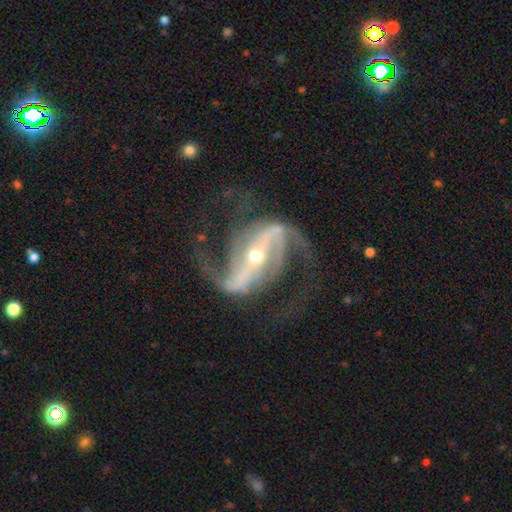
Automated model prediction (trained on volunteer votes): A featured or disk galaxy (93%) with a strong bar (73%), 2 (87%) medium (46%) spiral arms (98%) and a small central bulge (55%). Merging: none (70%).